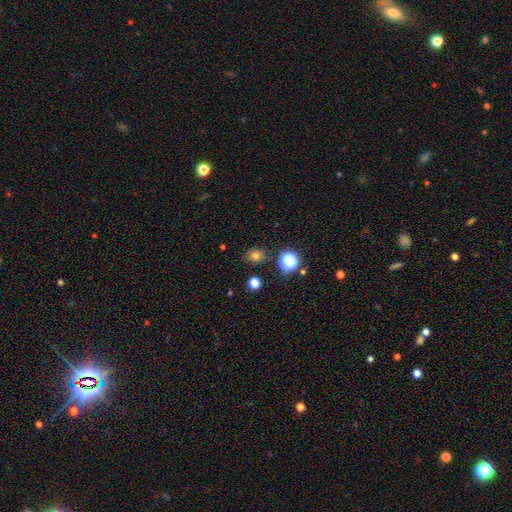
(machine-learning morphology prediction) smooth 72%, star or artifact 22%, featured or disk 6%. Down the decision tree: how rounded — round (69%); merging — none (84%).